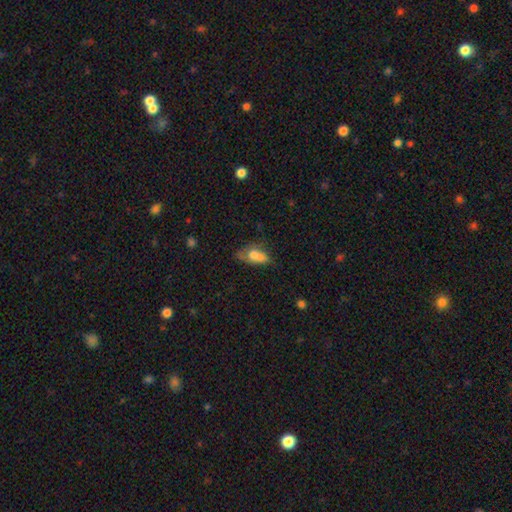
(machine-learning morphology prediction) This is likely a smooth galaxy (68%). How rounded: clearly in between (83%). Merging: marginally none (34%).